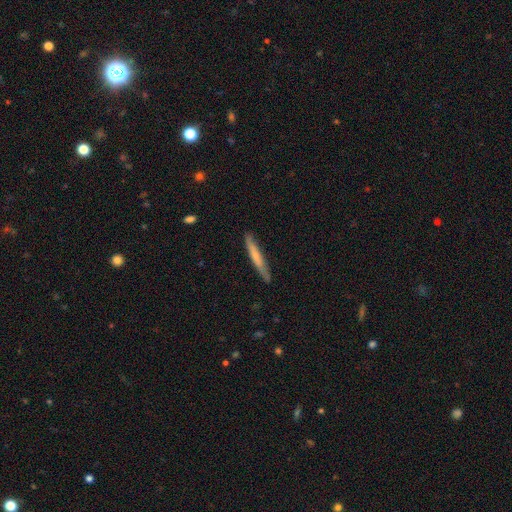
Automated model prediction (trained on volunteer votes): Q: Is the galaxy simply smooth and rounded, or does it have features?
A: smooth — 59%.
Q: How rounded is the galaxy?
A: cigar-shaped — 96%.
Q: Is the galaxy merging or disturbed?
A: none — 86%.